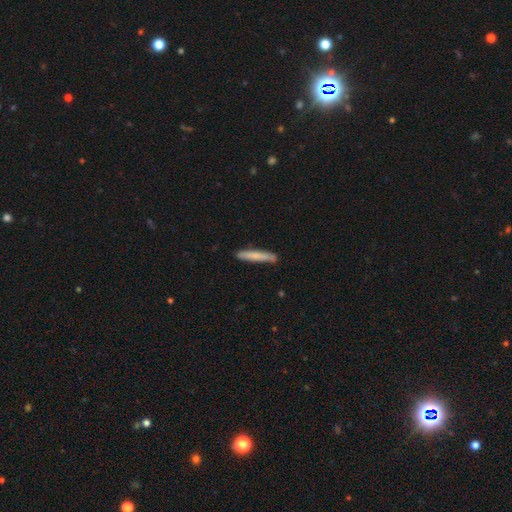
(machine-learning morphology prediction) Overall: smooth (73%). How rounded: cigar-shaped (95%). Merging: none (85%).